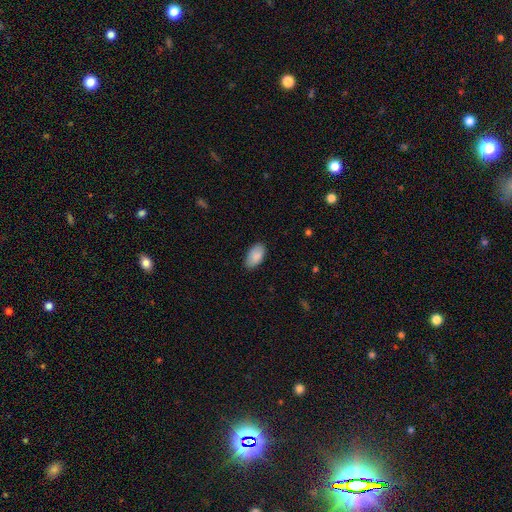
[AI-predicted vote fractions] This is clearly a smooth galaxy (89%). How rounded: clearly in between (95%). Merging: clearly none (85%).